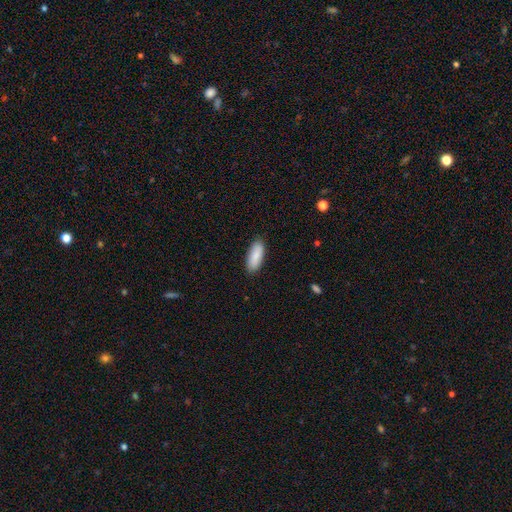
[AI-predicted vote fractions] smooth-or-featured: smooth: 87% | featured or disk: 8% | star or artifact: 6%
  how-rounded: in between: 77% | cigar-shaped: 21% | round: 2%
  merging: none: 88% | minor disturbance: 9% | major disturbance: 2% | merger: 1%